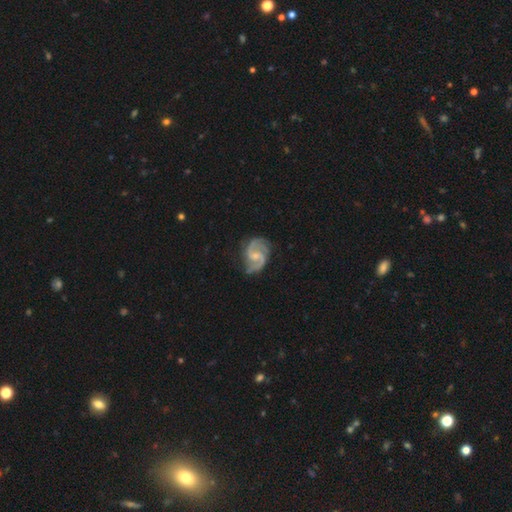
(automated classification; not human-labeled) featured or disk 91%, smooth 5%, star or artifact 4%. Down the decision tree: edge-on disk — no (98%); bar — weak (51%); spiral arms — yes (98%); spiral arm count — 2 (88%); spiral winding — medium (60%); bulge size — small (52%); merging — none (75%).